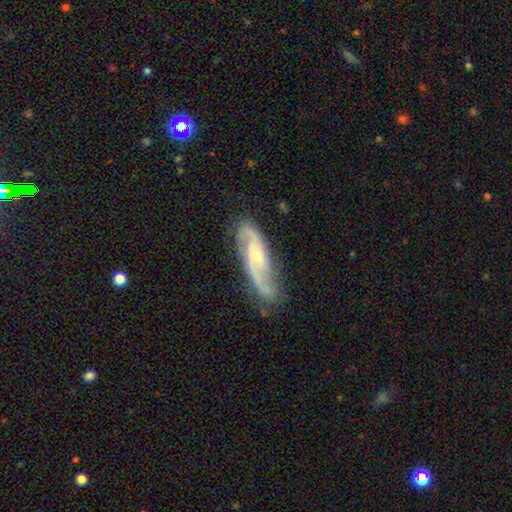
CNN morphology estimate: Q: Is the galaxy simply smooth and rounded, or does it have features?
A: featured or disk — 84%.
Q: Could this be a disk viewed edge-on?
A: no — 90%.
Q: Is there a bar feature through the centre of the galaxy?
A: no — 52%.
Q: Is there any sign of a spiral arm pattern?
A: yes — 96%.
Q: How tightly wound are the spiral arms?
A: medium — 47%.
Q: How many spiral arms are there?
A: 2 — 84%.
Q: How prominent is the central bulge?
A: small — 62%.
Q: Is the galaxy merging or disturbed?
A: none — 72%.